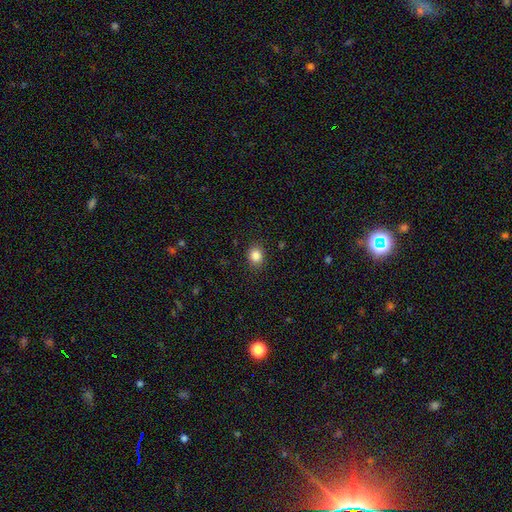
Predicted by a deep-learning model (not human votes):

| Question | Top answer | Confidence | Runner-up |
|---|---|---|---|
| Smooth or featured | smooth | 84% | star or artifact (11%) |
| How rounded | round | 71% | in between (28%) |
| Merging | none | 89% | minor disturbance (8%) |